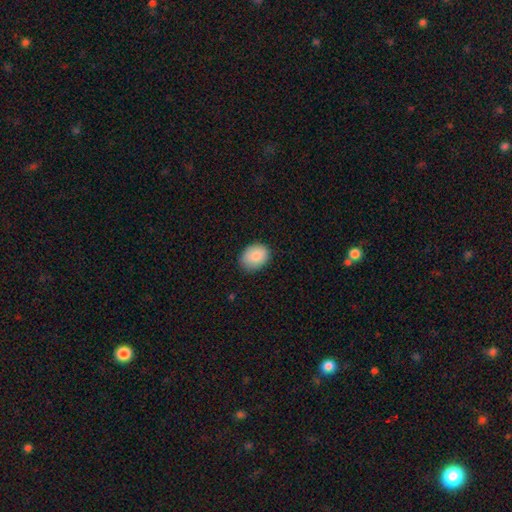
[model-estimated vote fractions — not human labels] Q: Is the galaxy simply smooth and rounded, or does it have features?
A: smooth — 88%.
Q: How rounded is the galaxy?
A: in between — 70%.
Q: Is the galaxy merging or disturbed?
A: none — 83%.